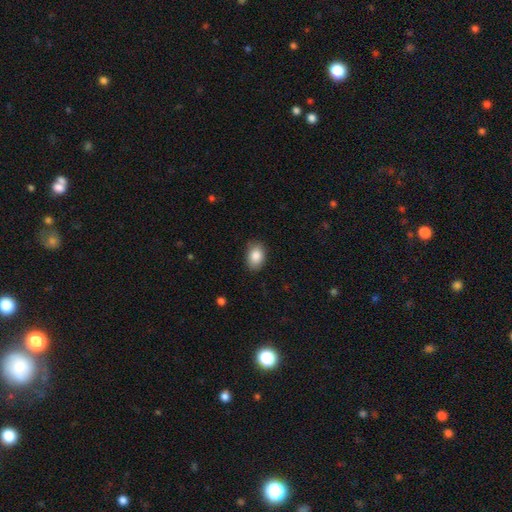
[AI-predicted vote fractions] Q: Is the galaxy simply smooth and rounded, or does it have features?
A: smooth — 87%.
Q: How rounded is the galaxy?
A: in between — 82%.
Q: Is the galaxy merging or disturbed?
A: none — 83%.